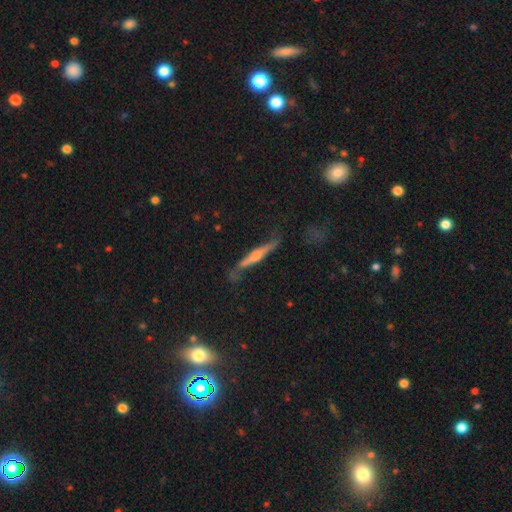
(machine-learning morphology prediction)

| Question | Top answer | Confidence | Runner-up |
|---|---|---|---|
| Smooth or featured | featured or disk | 72% | smooth (21%) |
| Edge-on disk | yes | 94% | no (6%) |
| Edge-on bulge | rounded | 83% | none (9%) |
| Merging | none | 70% | minor disturbance (21%) |